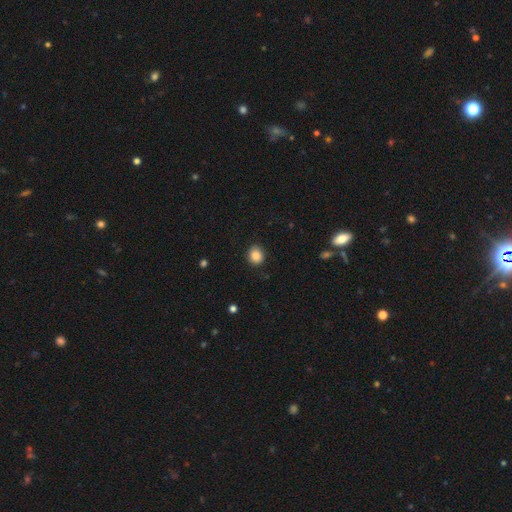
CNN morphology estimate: The model was most divided on "how rounded": round: 81%, in between: 18%, cigar-shaped: 1%. More confident: merging — none (90%); smooth or featured — smooth (85%).